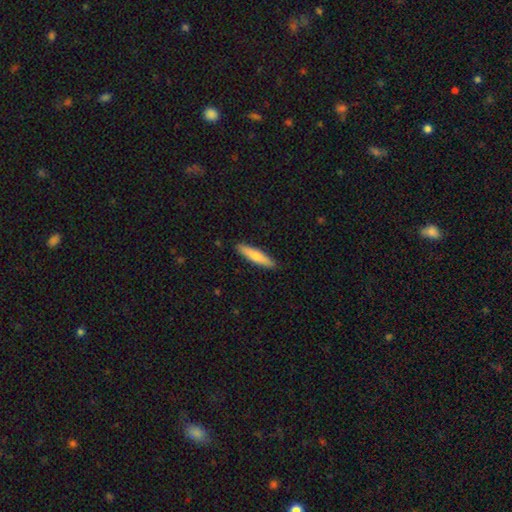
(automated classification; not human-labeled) Smooth or featured: smooth — 68% (featured or disk — 27%)
How rounded: cigar-shaped — 81% (in between — 18%)
Merging: none — 89% (minor disturbance — 8%)